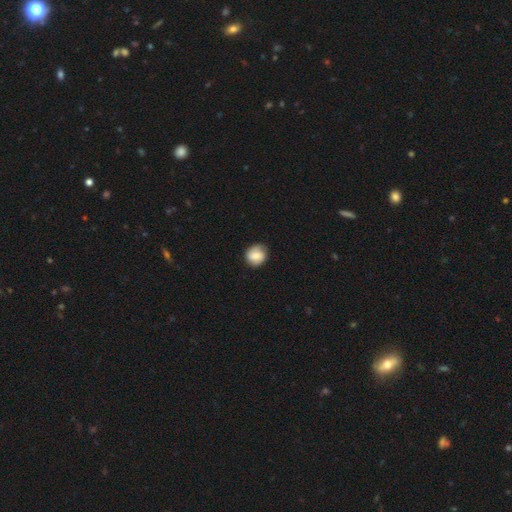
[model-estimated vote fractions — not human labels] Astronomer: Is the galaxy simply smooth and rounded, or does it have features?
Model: smooth — 72%.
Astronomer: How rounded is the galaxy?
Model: round — 79%.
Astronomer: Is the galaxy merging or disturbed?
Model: none — 82%.